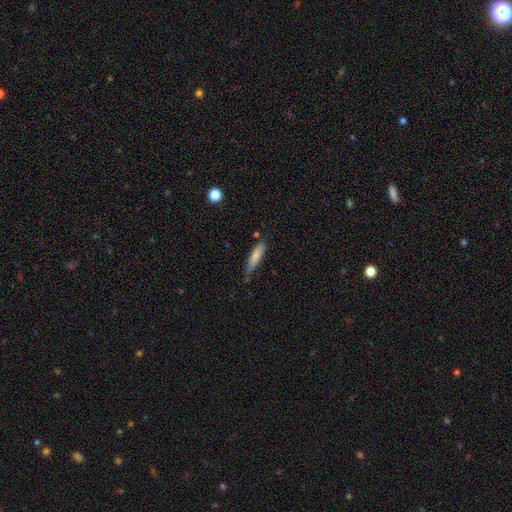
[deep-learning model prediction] Smooth or featured?
  - smooth: 76% *
  - featured or disk: 18%
  - star or artifact: 7%
How rounded?
  - cigar-shaped: 76% *
  - in between: 23%
  - round: 2%
Merging?
  - none: 61% *
  - minor disturbance: 29%
  - major disturbance: 5%
  - merger: 4%